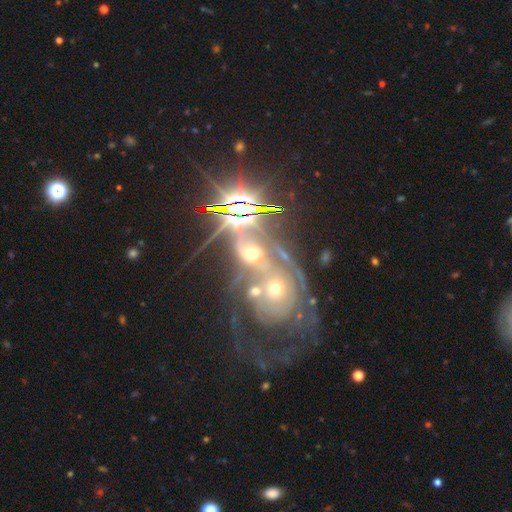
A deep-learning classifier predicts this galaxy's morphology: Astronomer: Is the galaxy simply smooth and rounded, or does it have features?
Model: featured or disk — 62%.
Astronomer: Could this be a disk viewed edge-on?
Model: no — 95%.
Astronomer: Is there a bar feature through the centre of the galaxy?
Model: no — 75%.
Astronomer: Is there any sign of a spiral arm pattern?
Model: yes — 67%.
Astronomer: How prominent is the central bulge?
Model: small — 58%.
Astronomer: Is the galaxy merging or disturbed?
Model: merger — 33% (runner-up: none, 31%).